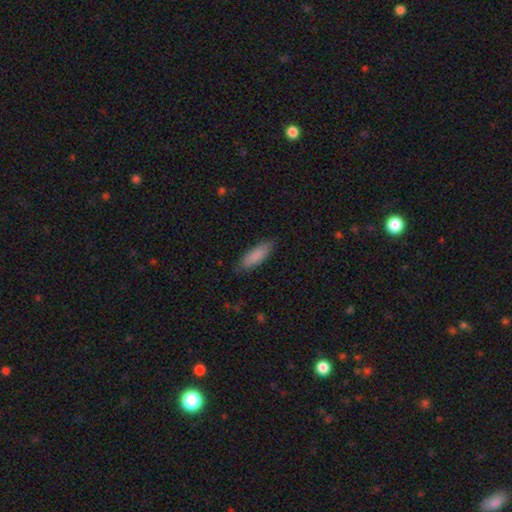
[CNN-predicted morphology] A smooth galaxy with no disk features (86%) that is in between round and cigar-shaped (52%). Merging: none (84%).